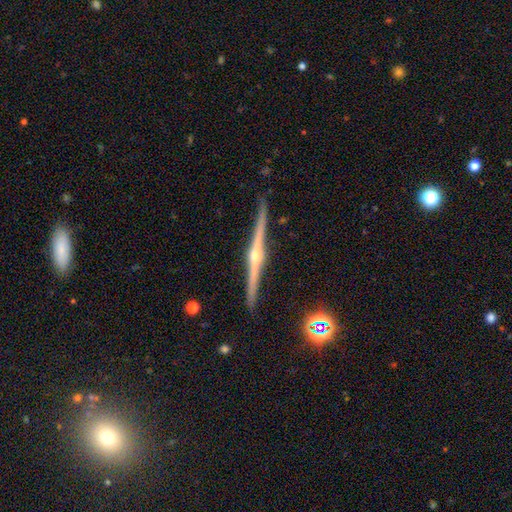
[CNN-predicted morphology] Q: Smooth or featured?
A: featured or disk (87%); runner-up: smooth (7%)
Q: Edge-on disk?
A: yes (99%); runner-up: no (1%)
Q: Edge-on bulge?
A: rounded (93%); runner-up: none (4%)
Q: Merging?
A: none (92%); runner-up: minor disturbance (6%)